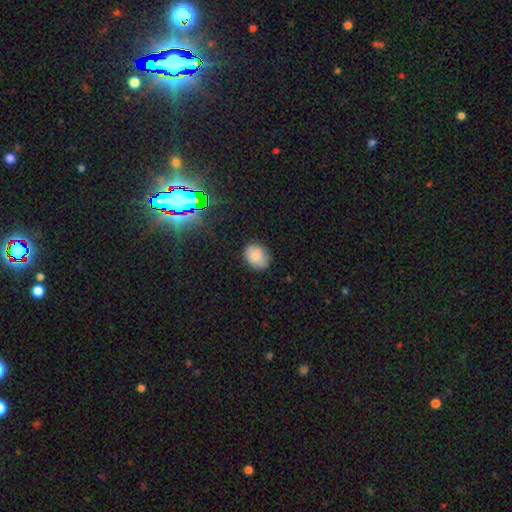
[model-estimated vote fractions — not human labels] Morphology: type=smooth (79%); roundness=in between (68%); merging=none (74%).